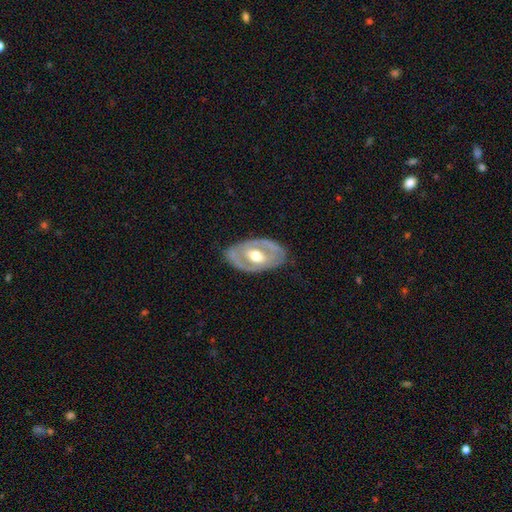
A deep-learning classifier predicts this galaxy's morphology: smooth-or-featured: featured or disk: 67% | smooth: 28% | star or artifact: 5%
  disk-edge-on: no: 91% | yes: 9%
    bar: no: 58% | weak: 28% | strong: 13%
    has-spiral-arms: no: 71% | yes: 29%
    bulge-size: moderate: 69% | large: 20% | small: 9% | dominant: 1% | none: 1%
  merging: none: 77% | minor disturbance: 17% | major disturbance: 5% | merger: 1%